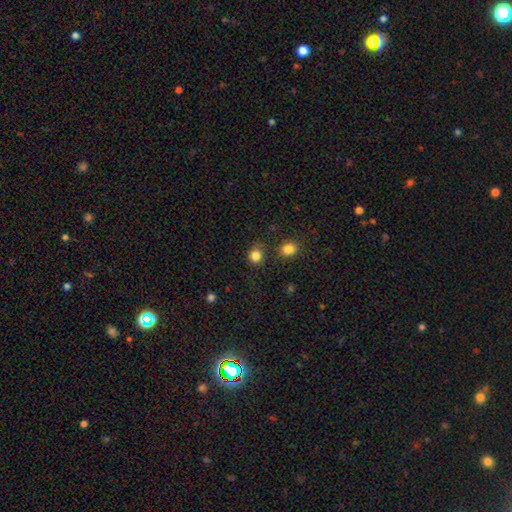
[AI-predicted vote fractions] Smooth or featured? Predicted: smooth (p=0.84). How rounded? Predicted: round (p=0.81). Merging? Predicted: none (p=0.76).